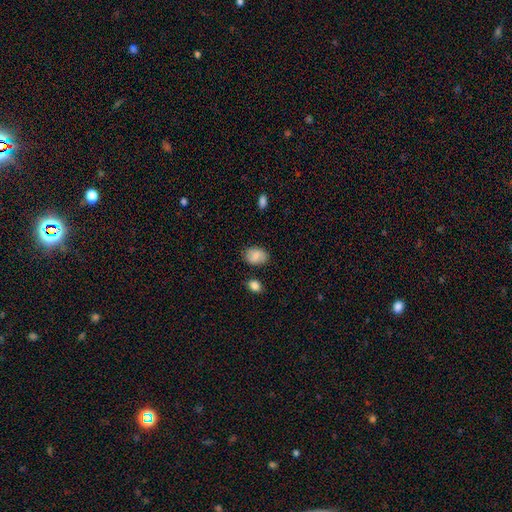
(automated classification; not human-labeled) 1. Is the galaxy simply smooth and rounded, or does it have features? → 85% smooth, 8% star or artifact, 8% featured or disk.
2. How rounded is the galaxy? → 77% in between, 22% round, 1% cigar-shaped.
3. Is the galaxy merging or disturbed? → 78% none, 16% minor disturbance, 3% major disturbance, 3% merger.